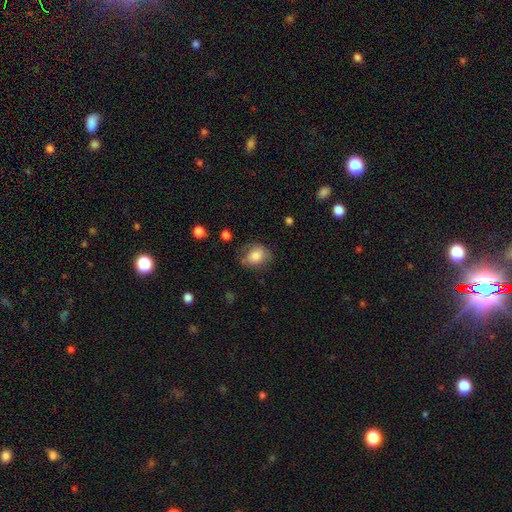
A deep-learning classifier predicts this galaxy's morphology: type=smooth (77%); roundness=in between (53%); merging=none (60%).